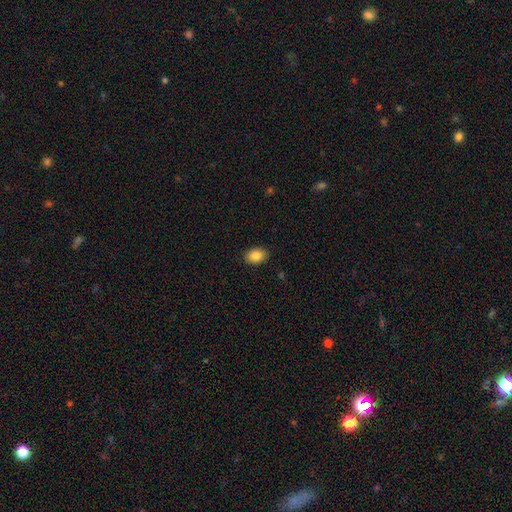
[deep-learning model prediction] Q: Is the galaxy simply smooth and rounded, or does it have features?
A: smooth — 86%.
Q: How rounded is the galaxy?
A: in between — 79%.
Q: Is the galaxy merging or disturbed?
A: none — 89%.